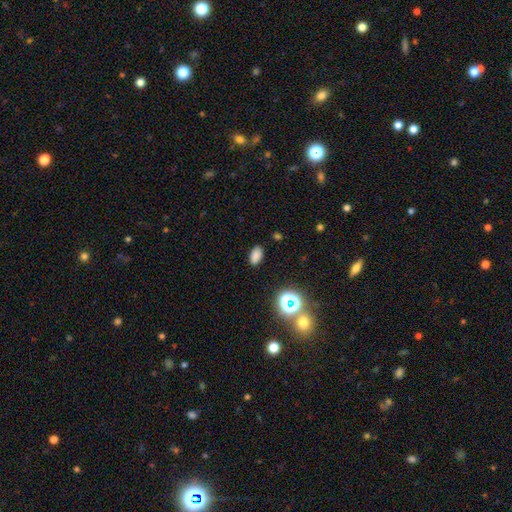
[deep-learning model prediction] The model was most divided on "smooth or featured": smooth: 79%, star or artifact: 16%, featured or disk: 5%. More confident: how rounded — in between (90%); merging — none (87%).